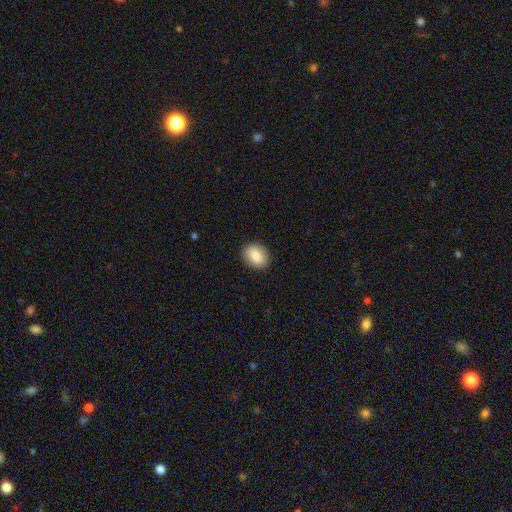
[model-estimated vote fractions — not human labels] Smooth or featured?
  - smooth: 85% *
  - featured or disk: 8%
  - star or artifact: 7%
How rounded?
  - in between: 69% *
  - round: 30%
  - cigar-shaped: 1%
Merging?
  - none: 89% *
  - minor disturbance: 8%
  - major disturbance: 2%
  - merger: 1%